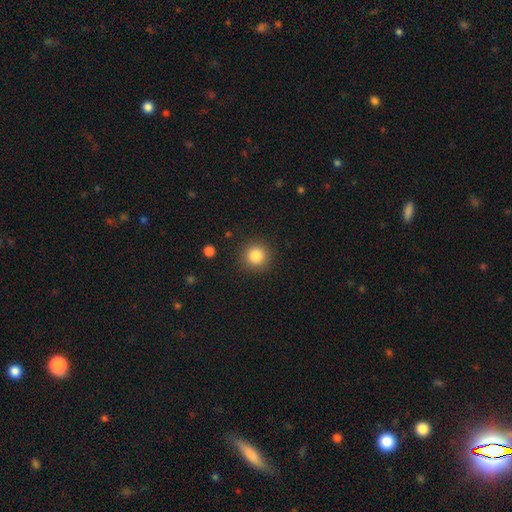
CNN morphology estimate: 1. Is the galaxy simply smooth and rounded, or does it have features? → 84% smooth, 11% star or artifact, 5% featured or disk.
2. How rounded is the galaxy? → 94% round, 5% in between, 1% cigar-shaped.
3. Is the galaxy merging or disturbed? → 89% none, 7% minor disturbance, 3% major disturbance, 1% merger.